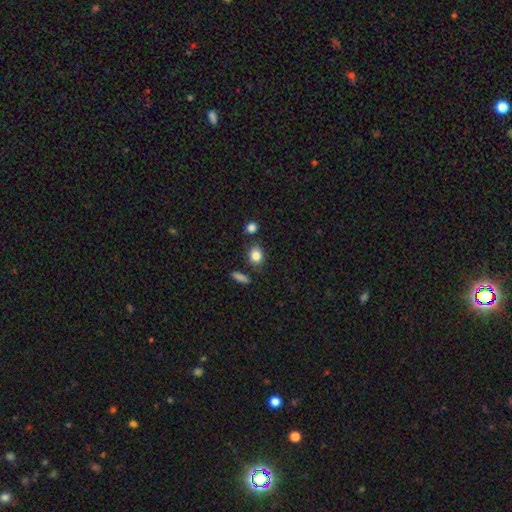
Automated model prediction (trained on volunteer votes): smooth 84%, star or artifact 9%, featured or disk 7%. Down the decision tree: how rounded — round (54%); merging — none (79%).